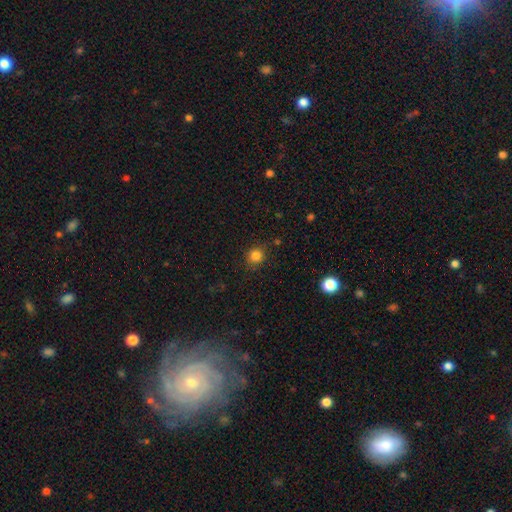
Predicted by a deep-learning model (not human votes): smooth-or-featured: smooth: 83% | star or artifact: 13% | featured or disk: 4%
  how-rounded: round: 90% | in between: 9% | cigar-shaped: 1%
  merging: none: 86% | minor disturbance: 10% | major disturbance: 3% | merger: 1%